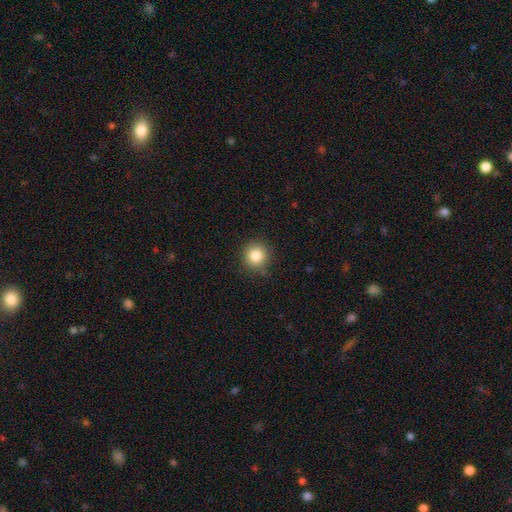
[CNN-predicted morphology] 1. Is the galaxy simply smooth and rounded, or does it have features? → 84% smooth, 11% star or artifact, 5% featured or disk.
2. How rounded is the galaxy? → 93% round, 6% in between, 1% cigar-shaped.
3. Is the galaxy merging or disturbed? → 88% none, 8% minor disturbance, 2% major disturbance, 1% merger.